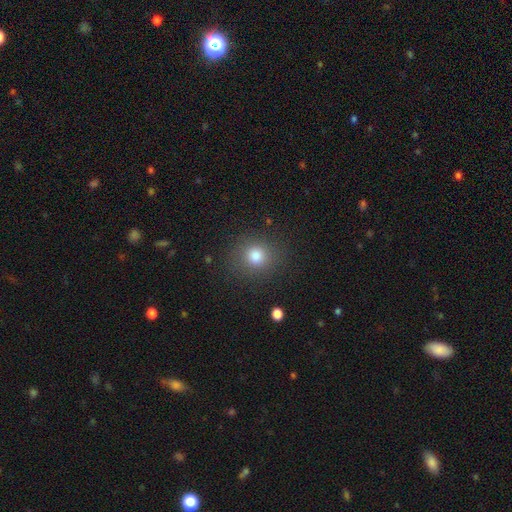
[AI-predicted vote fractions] Smooth or featured? Predicted: smooth (p=0.80). How rounded? Predicted: round (p=0.80). Merging? Predicted: none (p=0.85).